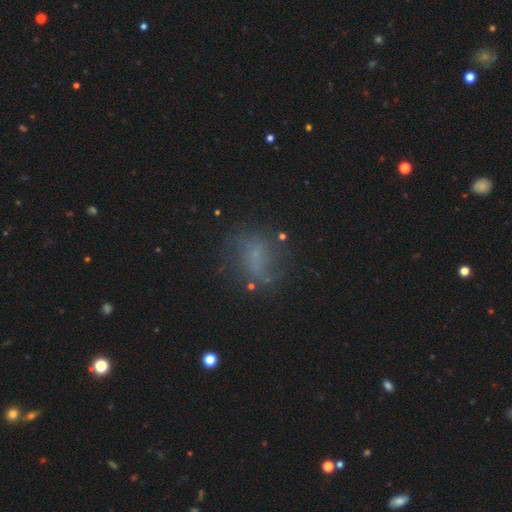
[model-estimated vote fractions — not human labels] Smooth or featured: smooth — 46% (featured or disk — 33%)
Merging: none — 61% (minor disturbance — 21%)